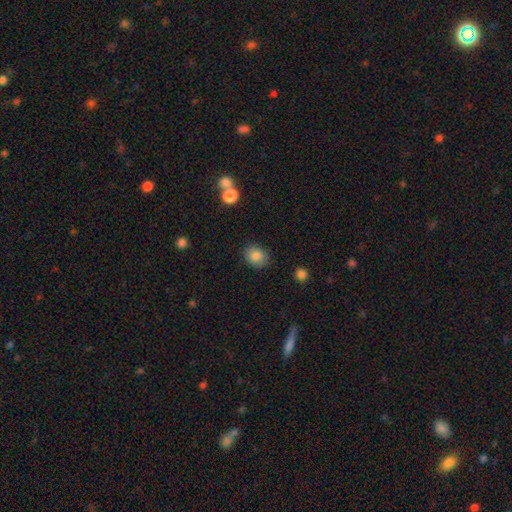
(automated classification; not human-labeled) A smooth galaxy with no disk features (85%) that is round (52%). Merging: none (84%).